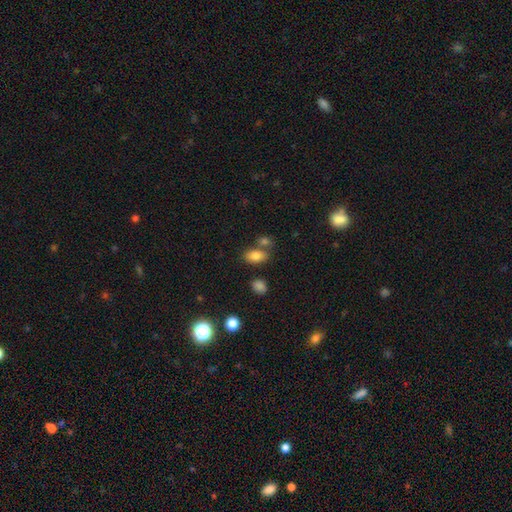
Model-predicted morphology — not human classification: type=smooth (82%); roundness=in between (87%); merging=none (58%).